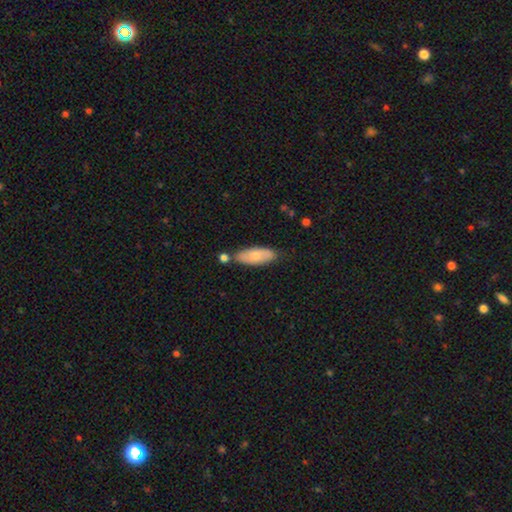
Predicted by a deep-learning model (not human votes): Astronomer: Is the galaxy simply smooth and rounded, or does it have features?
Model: smooth — 67%.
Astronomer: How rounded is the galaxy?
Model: in between — 72%.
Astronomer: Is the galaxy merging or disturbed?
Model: none — 70%.